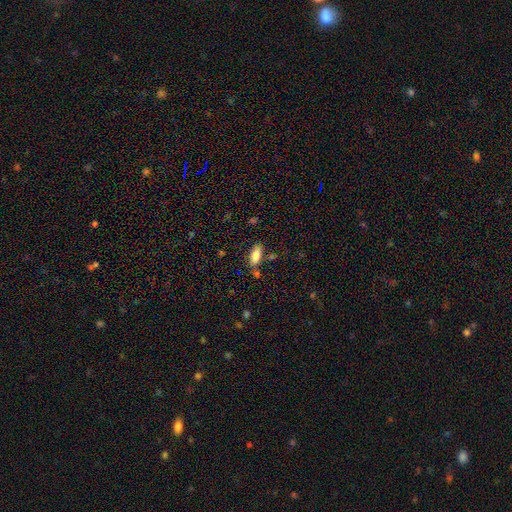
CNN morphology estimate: smooth_or_featured: smooth (p=0.81) [alt: featured or disk p=0.12]
how_rounded: in between (p=0.84) [alt: cigar-shaped p=0.14]
merging: none (p=0.74) [alt: minor disturbance p=0.15]